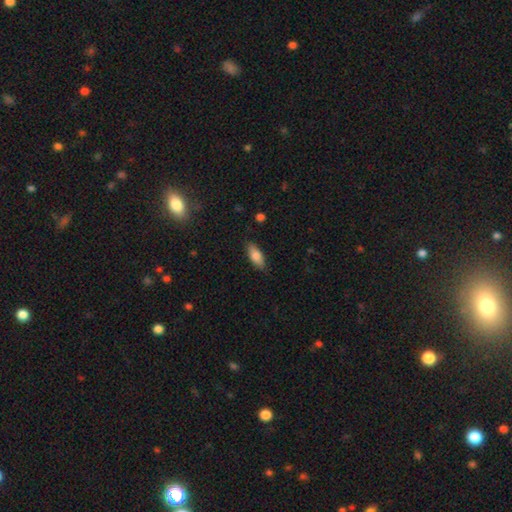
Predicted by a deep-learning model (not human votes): Q: Smooth or featured?
A: smooth (81%); runner-up: featured or disk (12%)
Q: How rounded?
A: in between (77%); runner-up: cigar-shaped (21%)
Q: Merging?
A: none (85%); runner-up: minor disturbance (11%)